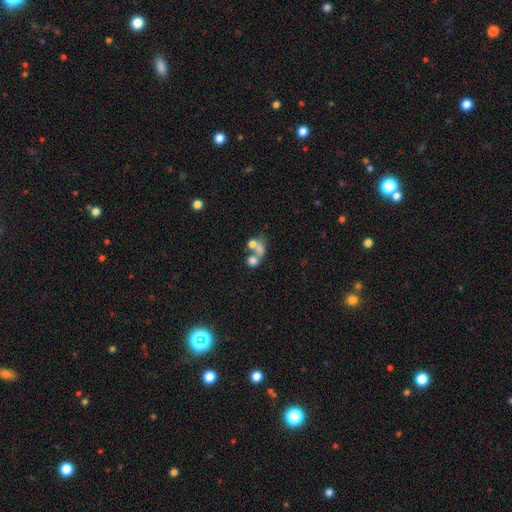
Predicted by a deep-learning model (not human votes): Smooth or featured? smooth (55%)
How rounded? round (52%)
Merging? merger (58%)